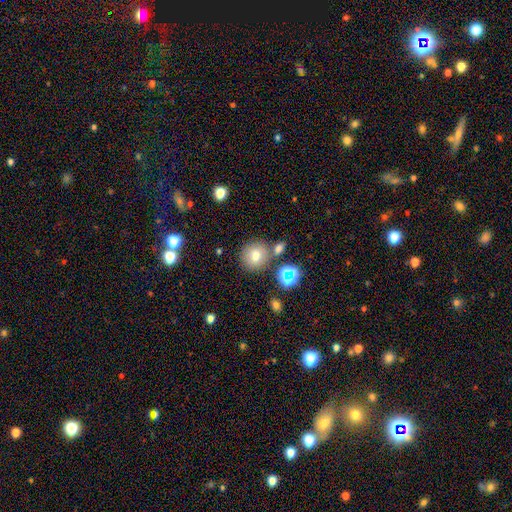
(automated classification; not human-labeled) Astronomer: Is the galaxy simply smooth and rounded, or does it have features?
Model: smooth — 73%.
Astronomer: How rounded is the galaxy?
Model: round — 89%.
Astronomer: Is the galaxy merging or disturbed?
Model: none — 73%.